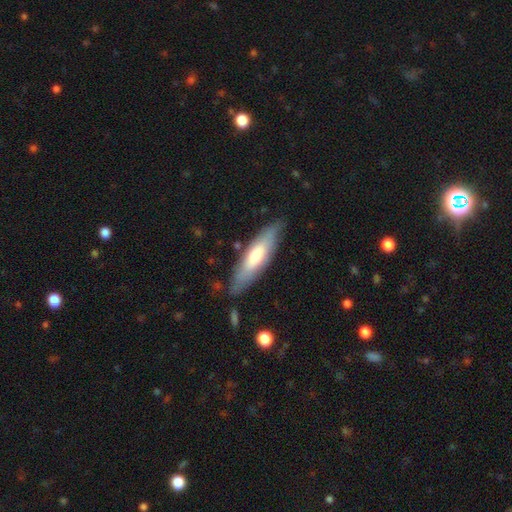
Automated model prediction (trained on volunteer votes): Overall: smooth (59%; featured or disk 36%). How rounded: cigar-shaped (61%; in between 37%). Merging: none (80%).